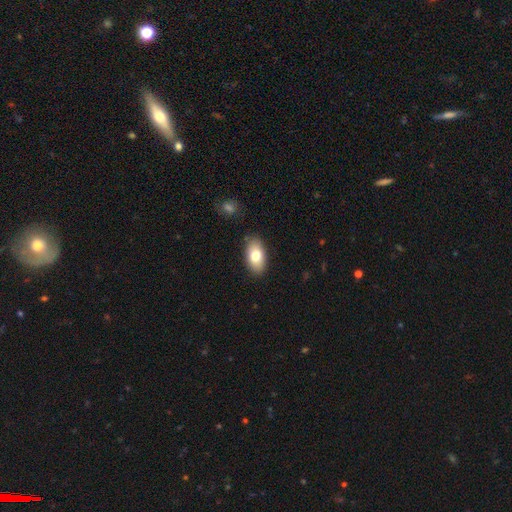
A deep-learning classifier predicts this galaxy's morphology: Smooth or featured?
  - smooth: 78% *
  - featured or disk: 15%
  - star or artifact: 7%
How rounded?
  - in between: 93% *
  - round: 5%
  - cigar-shaped: 2%
Merging?
  - none: 86% *
  - minor disturbance: 10%
  - major disturbance: 2%
  - merger: 2%